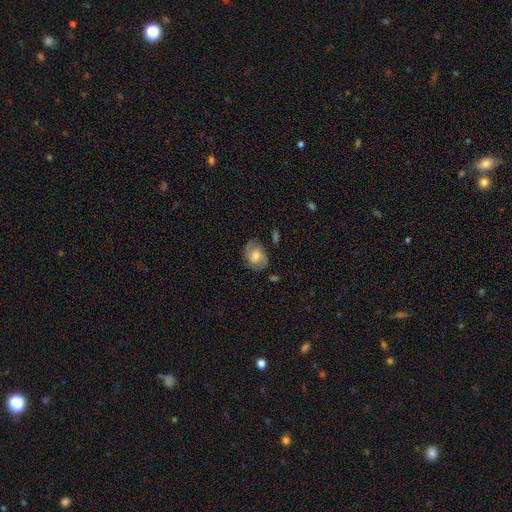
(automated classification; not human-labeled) A featured or disk galaxy (59%) with no bar (53%), 2 (81%) medium (47%) spiral arms (88%) and a moderate central bulge (55%).

Vote fractions:
- Smooth or featured? featured or disk: 59% / smooth: 34% / star or artifact: 8%
- Edge-on disk? no: 97% / yes: 3%
- Bar? no: 53% / weak: 39% / strong: 8%
- Spiral arms? yes: 88% / no: 12%
- Spiral winding? medium: 47% / tight: 36% / loose: 17%
- Spiral arm count? 2: 81% / can't tell: 10% / 3: 3% / 1: 3% / 4: 1% / more than 4: 1%
- Bulge size? moderate: 55% / small: 25% / large: 13% / none: 5% / dominant: 2%
- Merging? none: 74% / minor disturbance: 18% / major disturbance: 6% / merger: 2%